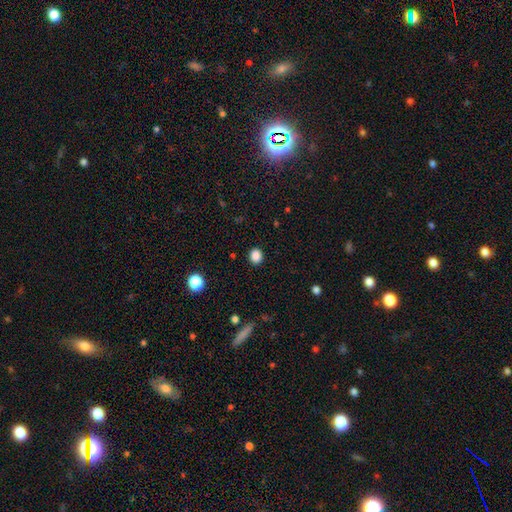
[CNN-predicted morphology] This is clearly a smooth galaxy (86%). How rounded: likely round (70%). Merging: clearly none (90%).